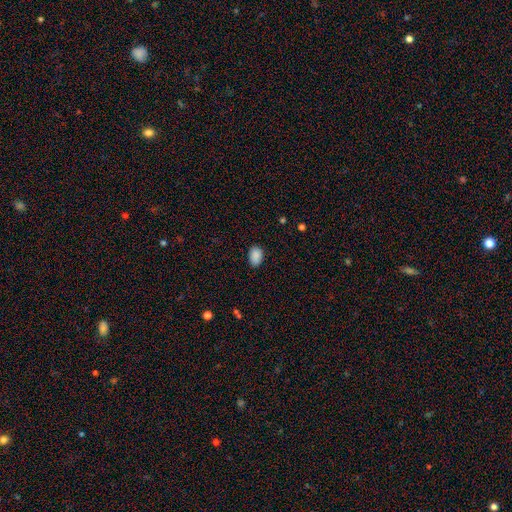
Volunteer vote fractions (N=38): smooth-or-featured: smooth: 89% | star or artifact: 8% | featured or disk: 3%
  how-rounded: in between: 85% | round: 12% | cigar-shaped: 3%
  merging: none: 66% | minor disturbance: 31% | merger: 3% | major disturbance: 0%